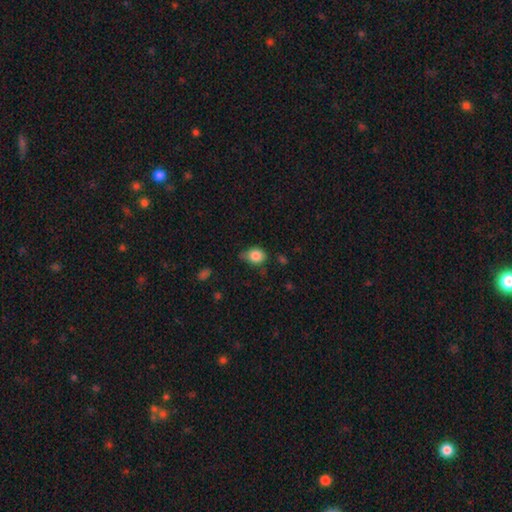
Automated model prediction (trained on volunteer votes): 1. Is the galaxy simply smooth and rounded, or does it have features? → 84% smooth, 9% star or artifact, 7% featured or disk.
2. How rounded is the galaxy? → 51% round, 48% in between, 1% cigar-shaped.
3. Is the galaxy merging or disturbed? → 47% none, 40% minor disturbance, 10% major disturbance, 3% merger.